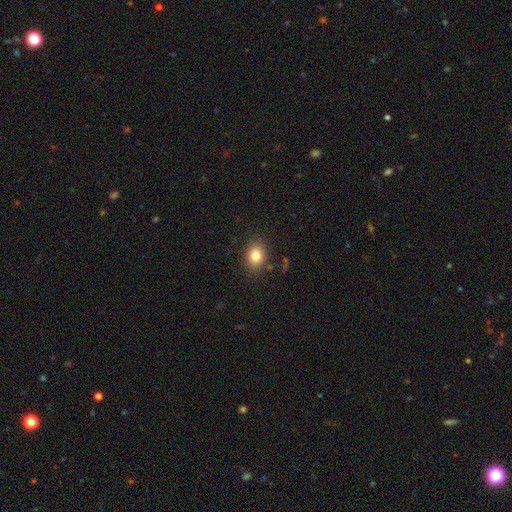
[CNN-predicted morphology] smooth-or-featured: smooth: 81% | star or artifact: 11% | featured or disk: 8%
  how-rounded: in between: 54% | round: 45% | cigar-shaped: 1%
  merging: none: 86% | minor disturbance: 10% | major disturbance: 3% | merger: 2%